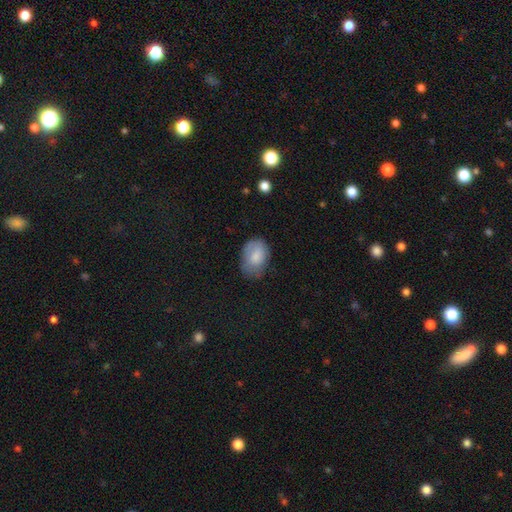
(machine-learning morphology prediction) This is likely a smooth galaxy (80%). How rounded: clearly in between (82%). Merging: possibly none (59%).